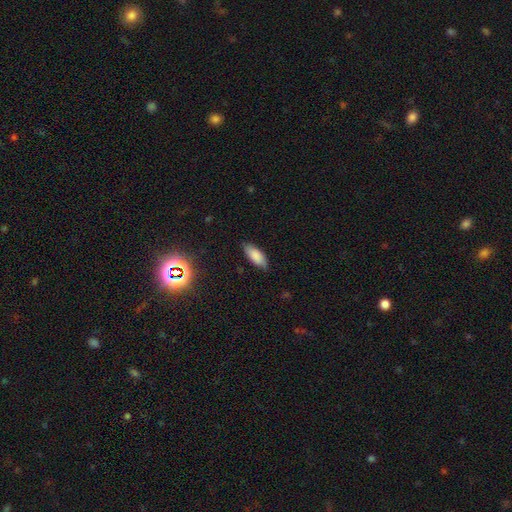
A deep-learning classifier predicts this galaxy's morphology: Overall: smooth (83%). How rounded: in between (82%). Merging: none (81%).